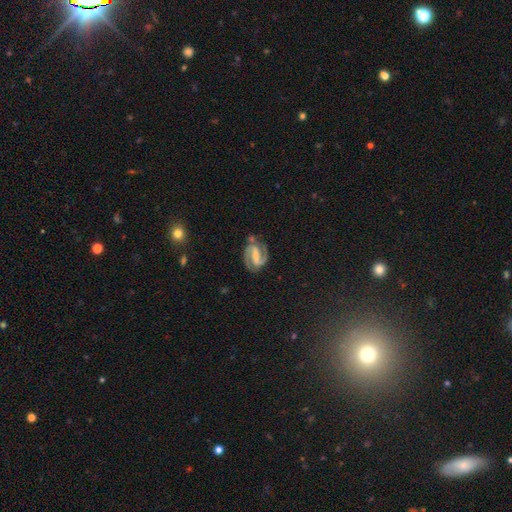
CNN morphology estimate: The model was most divided on "bulge size": none: 35%, small: 32%, moderate: 25%, large: 7%, dominant: 2%. More confident: edge-on disk — no (98%); spiral arms — yes (98%); spiral arm count — 2 (93%); smooth or featured — featured or disk (89%); merging — none (76%); bar — strong (54%); spiral winding — medium (53%).